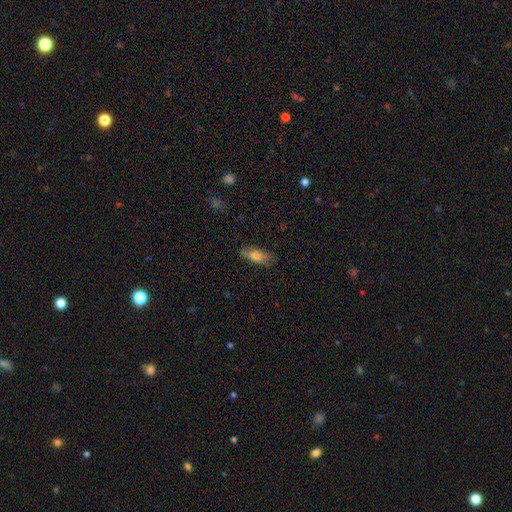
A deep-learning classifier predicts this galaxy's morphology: Smooth or featured? smooth (72%)
How rounded? in between (73%)
Merging? none (76%)